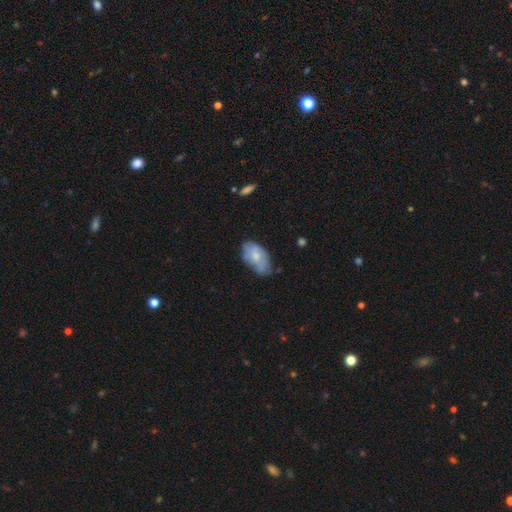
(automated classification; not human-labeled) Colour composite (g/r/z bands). It shows a smooth galaxy with no disk features (65%) that is in between round and cigar-shaped (93%). Merging: none (50%).